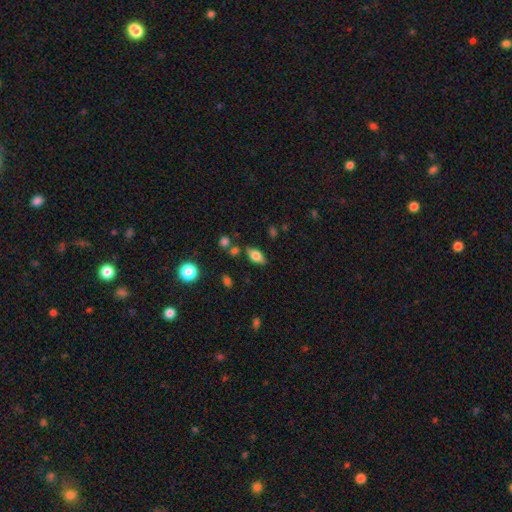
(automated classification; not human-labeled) smooth-or-featured: smooth: 70% | featured or disk: 21% | star or artifact: 9%
  how-rounded: in between: 85% | cigar-shaped: 10% | round: 6%
  merging: none: 78% | minor disturbance: 13% | merger: 5% | major disturbance: 3%